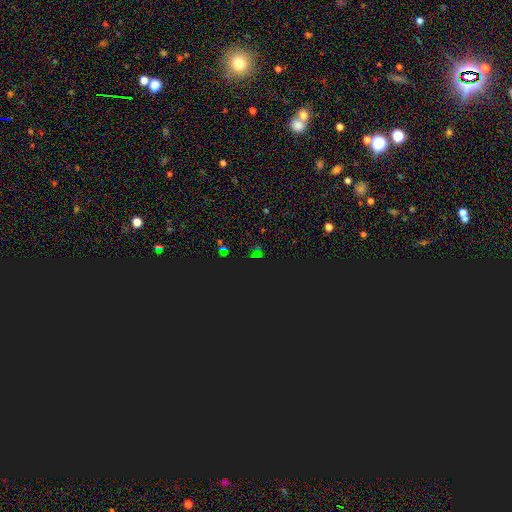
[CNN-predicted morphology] star or artifact 73%, smooth 18%, featured or disk 9%.